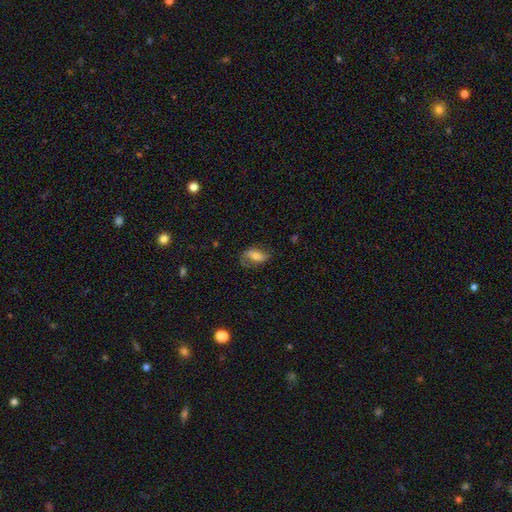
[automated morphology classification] Smooth or featured: smooth — 47% (featured or disk — 44%)
Merging: none — 56% (minor disturbance — 25%)